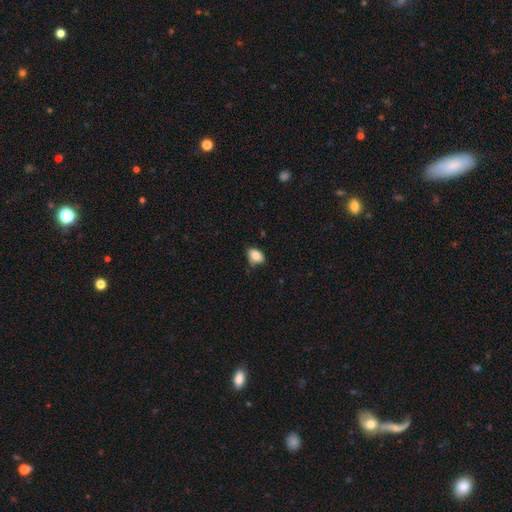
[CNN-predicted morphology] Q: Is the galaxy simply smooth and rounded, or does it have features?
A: smooth — 86%.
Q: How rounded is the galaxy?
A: in between — 85%.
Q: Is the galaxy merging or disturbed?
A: none — 63%.